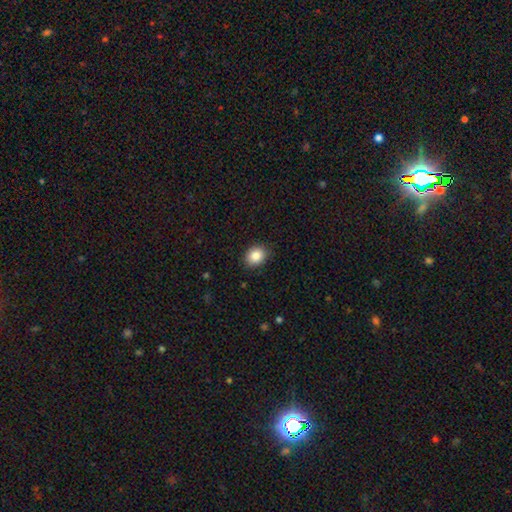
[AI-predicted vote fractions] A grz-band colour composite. It shows a smooth galaxy with no disk features (86%) that is in between round and cigar-shaped (52%). Merging: none (88%).